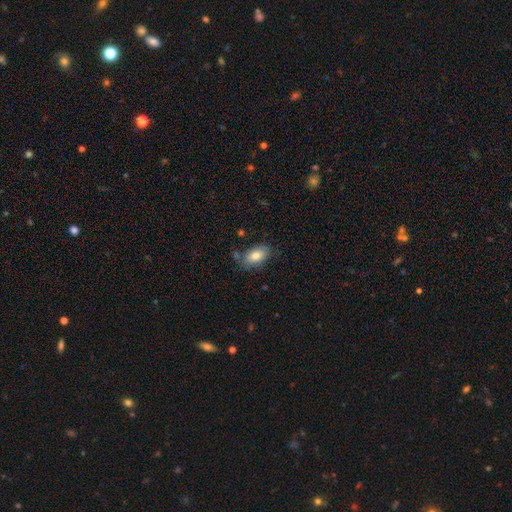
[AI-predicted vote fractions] Overall: smooth (79%). How rounded: in between (91%). Merging: none (72%).